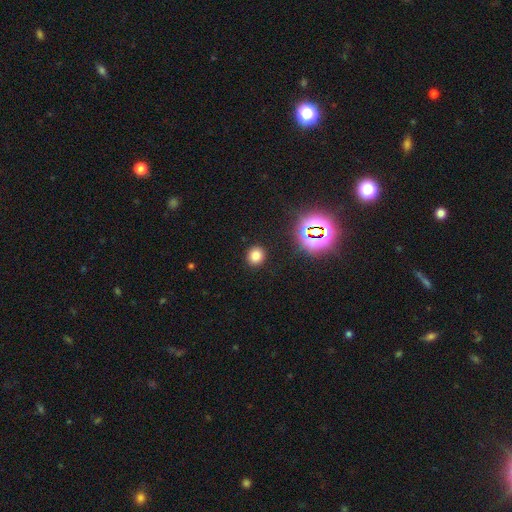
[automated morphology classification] Smooth or featured: smooth — 76% (star or artifact — 18%)
How rounded: round — 83% (in between — 16%)
Merging: none — 91% (minor disturbance — 6%)